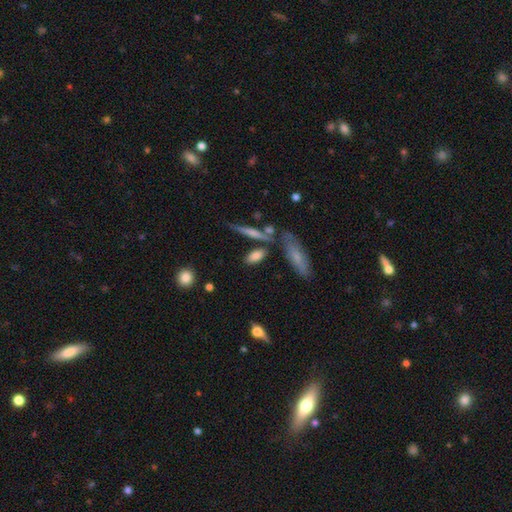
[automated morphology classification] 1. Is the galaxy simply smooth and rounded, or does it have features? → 75% smooth, 18% featured or disk, 7% star or artifact.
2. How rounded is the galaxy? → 62% in between, 33% cigar-shaped, 4% round.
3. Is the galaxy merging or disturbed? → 67% none, 14% merger, 14% minor disturbance, 5% major disturbance.